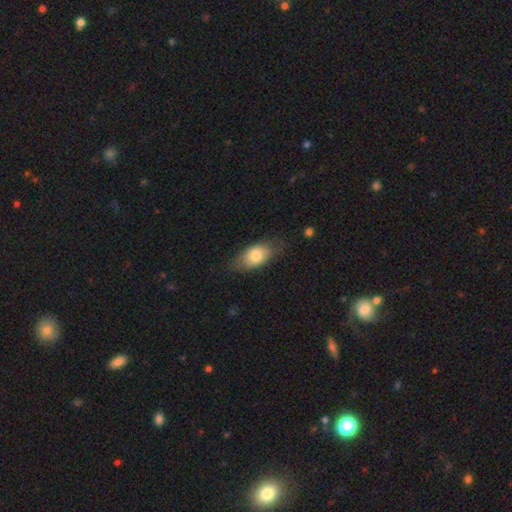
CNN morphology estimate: smooth_or_featured: smooth (p=0.75) [alt: featured or disk p=0.18]
how_rounded: in between (p=0.87) [alt: round p=0.07]
merging: none (p=0.73) [alt: minor disturbance p=0.21]